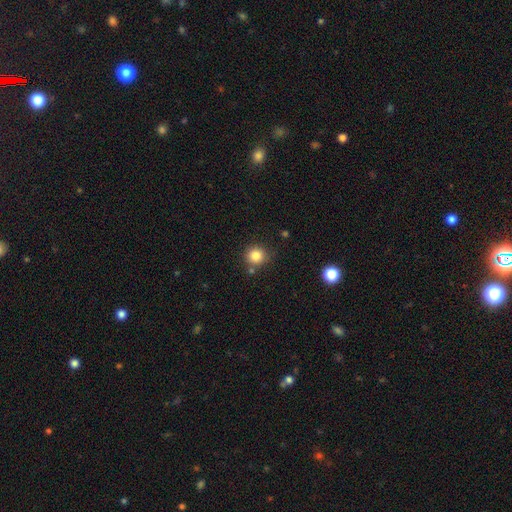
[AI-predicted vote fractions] Smooth or featured? smooth (84%)
How rounded? round (90%)
Merging? none (79%)